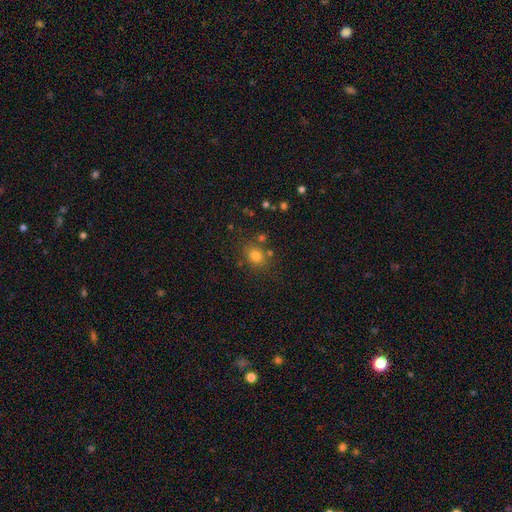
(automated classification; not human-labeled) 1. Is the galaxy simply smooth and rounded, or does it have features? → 78% smooth, 14% star or artifact, 8% featured or disk.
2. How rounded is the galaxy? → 53% round, 46% in between, 1% cigar-shaped.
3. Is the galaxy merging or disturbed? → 74% none, 13% minor disturbance, 9% merger, 5% major disturbance.